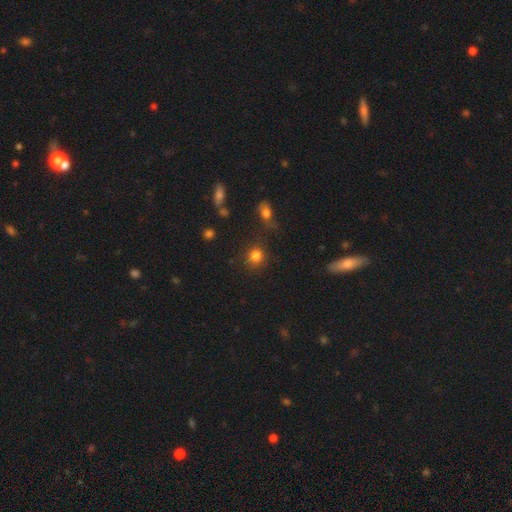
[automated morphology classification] type=smooth (81%); roundness=round (88%); merging=none (79%).